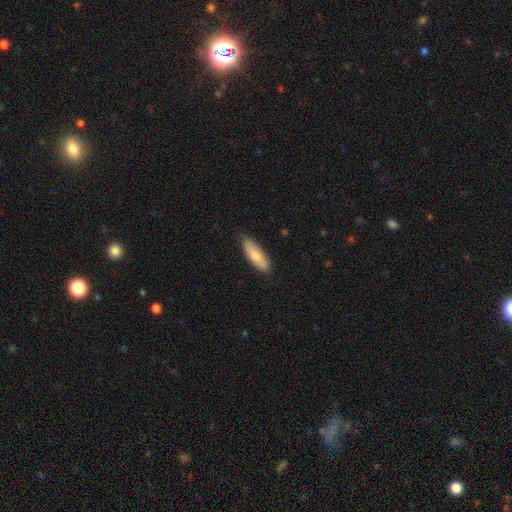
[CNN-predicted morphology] smooth-or-featured: smooth: 75% | featured or disk: 20% | star or artifact: 5%
  how-rounded: in between: 59% | cigar-shaped: 40% | round: 2%
  merging: none: 79% | minor disturbance: 18% | major disturbance: 2% | merger: 1%